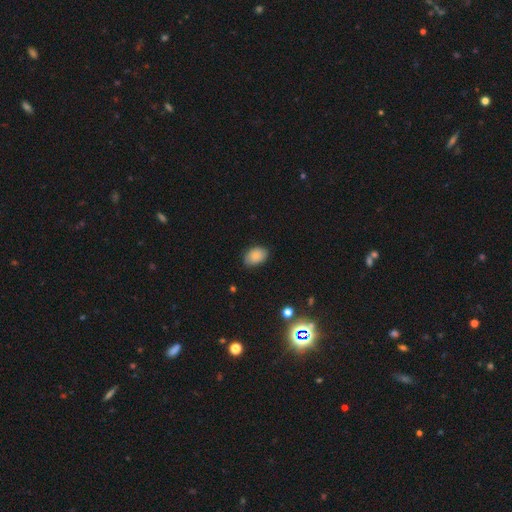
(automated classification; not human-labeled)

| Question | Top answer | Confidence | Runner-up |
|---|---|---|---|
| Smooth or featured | smooth | 86% | star or artifact (9%) |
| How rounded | in between | 84% | round (15%) |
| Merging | none | 82% | minor disturbance (14%) |